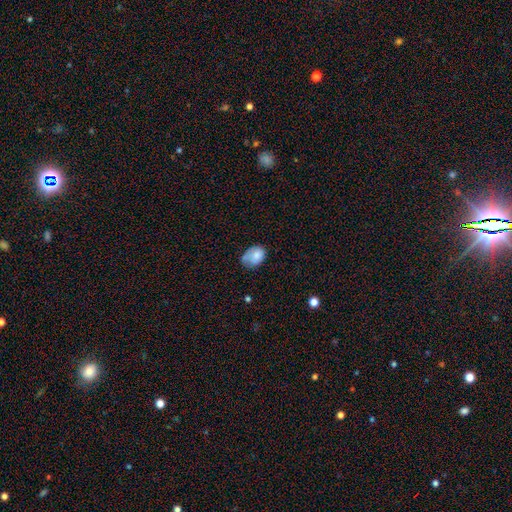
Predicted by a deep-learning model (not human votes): smooth_or_featured: smooth (p=0.75) [alt: featured or disk p=0.18]
how_rounded: in between (p=0.71) [alt: round p=0.28]
merging: none (p=0.42) [alt: minor disturbance p=0.36]